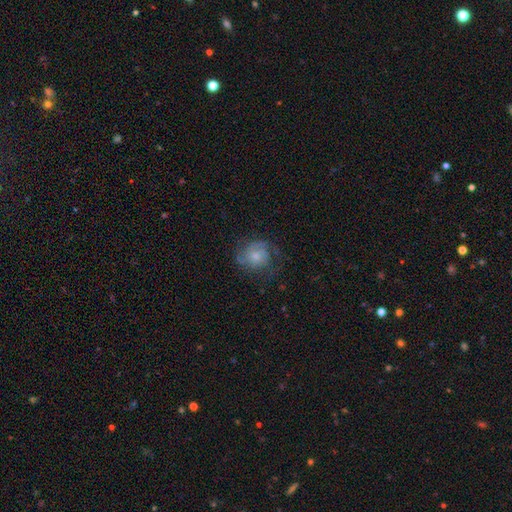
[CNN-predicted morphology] Smooth or featured: featured or disk — 48% (smooth — 44%)
Merging: none — 55% (minor disturbance — 23%)